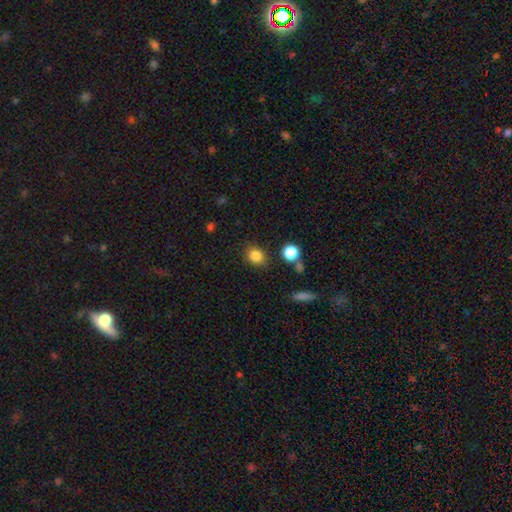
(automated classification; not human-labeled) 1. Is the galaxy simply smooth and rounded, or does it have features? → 84% smooth, 11% star or artifact, 5% featured or disk.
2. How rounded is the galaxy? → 58% round, 41% in between, 1% cigar-shaped.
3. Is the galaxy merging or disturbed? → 83% none, 11% minor disturbance, 3% merger, 3% major disturbance.